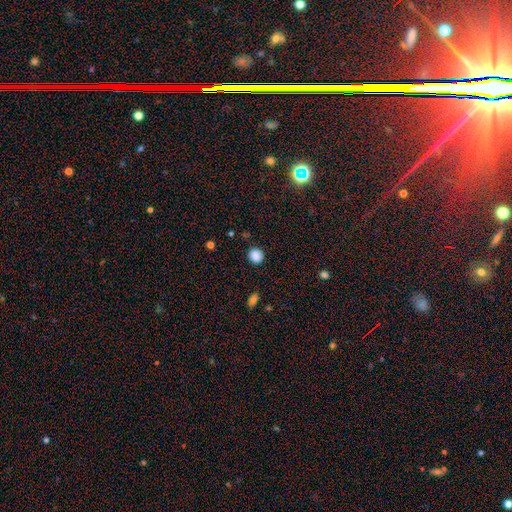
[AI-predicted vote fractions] Overall: smooth (86%). How rounded: round (87%). Merging: none (88%).